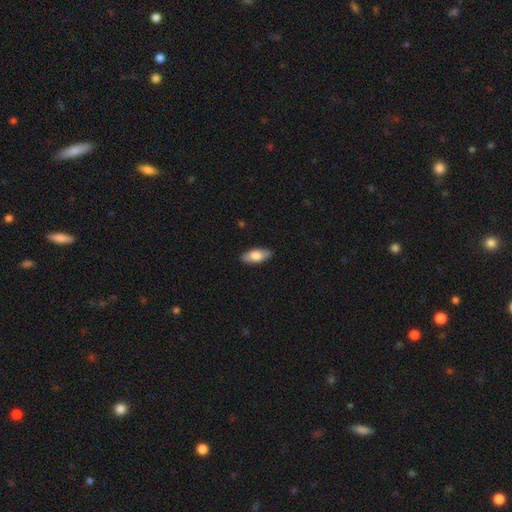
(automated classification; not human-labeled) Morphology: type=smooth (77%); roundness=in between (85%); merging=none (88%).